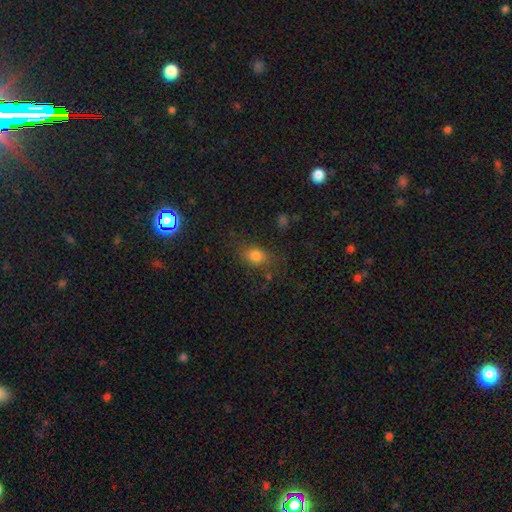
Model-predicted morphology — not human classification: Smooth or featured: smooth — 78% (star or artifact — 14%)
How rounded: in between — 60% (round — 37%)
Merging: none — 72% (minor disturbance — 17%)